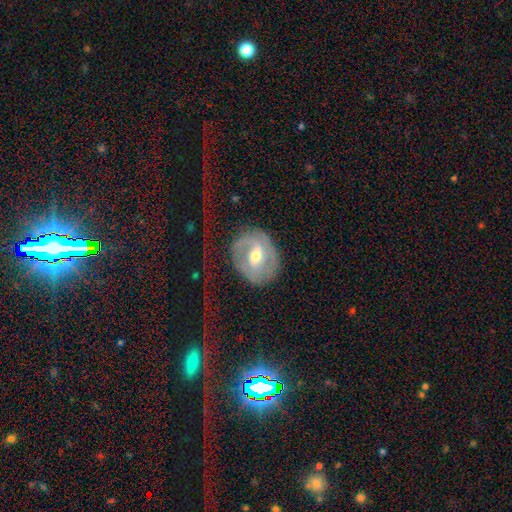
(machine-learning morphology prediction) The model was most divided on "bar": weak: 45%, strong: 30%, no: 25%. More confident: edge-on disk — no (96%); spiral arms — yes (71%); smooth or featured — featured or disk (68%); bulge size — moderate (67%); merging — none (58%).